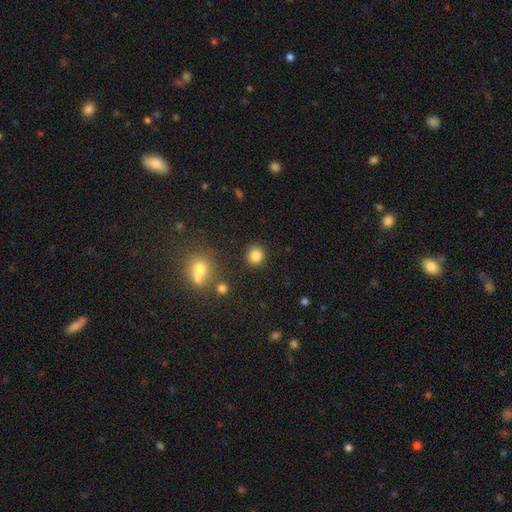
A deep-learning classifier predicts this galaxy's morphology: A smooth galaxy with no disk features (84%) that is round (88%).

Vote fractions:
- Smooth or featured? smooth: 84% / star or artifact: 11% / featured or disk: 5%
- How rounded? round: 88% / in between: 11% / cigar-shaped: 1%
- Merging? none: 87% / minor disturbance: 7% / merger: 3% / major disturbance: 3%